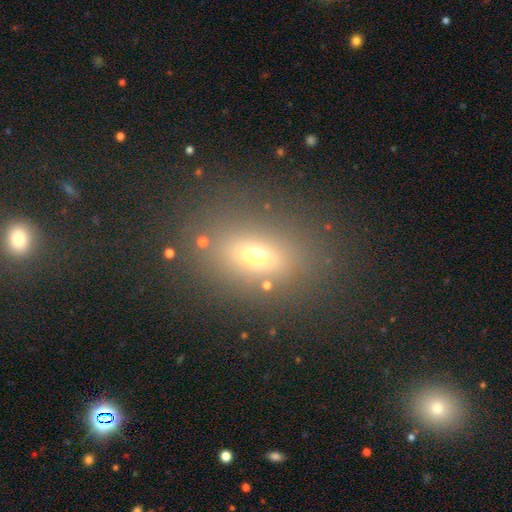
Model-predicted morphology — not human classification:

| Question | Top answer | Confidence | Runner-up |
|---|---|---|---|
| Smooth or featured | smooth | 61% | star or artifact (22%) |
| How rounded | in between | 67% | round (27%) |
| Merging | none | 80% | minor disturbance (10%) |